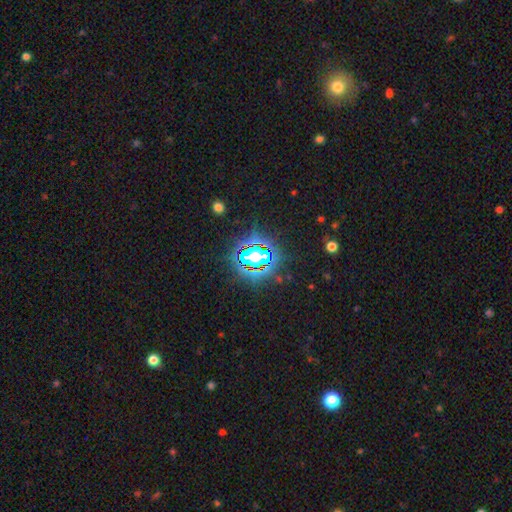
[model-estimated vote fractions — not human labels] smooth-or-featured: star or artifact: 82% | smooth: 11% | featured or disk: 7%